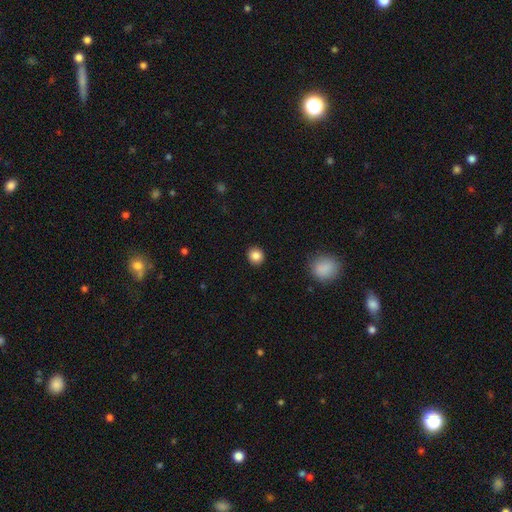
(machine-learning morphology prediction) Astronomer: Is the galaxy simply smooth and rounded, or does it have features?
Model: smooth — 85%.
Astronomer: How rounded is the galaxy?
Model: round — 86%.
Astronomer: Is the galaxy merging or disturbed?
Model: none — 92%.